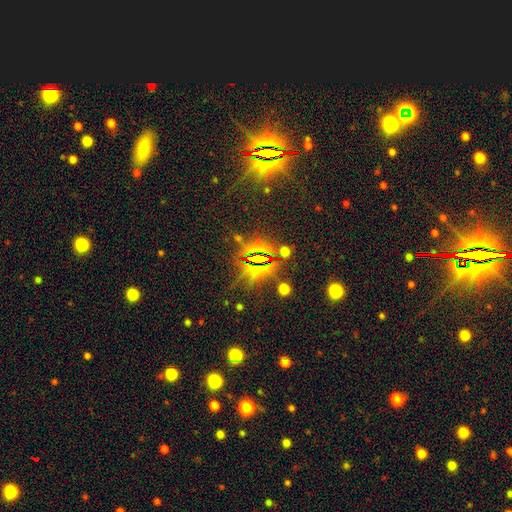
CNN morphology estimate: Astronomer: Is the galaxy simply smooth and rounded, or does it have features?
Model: star or artifact — 84%.